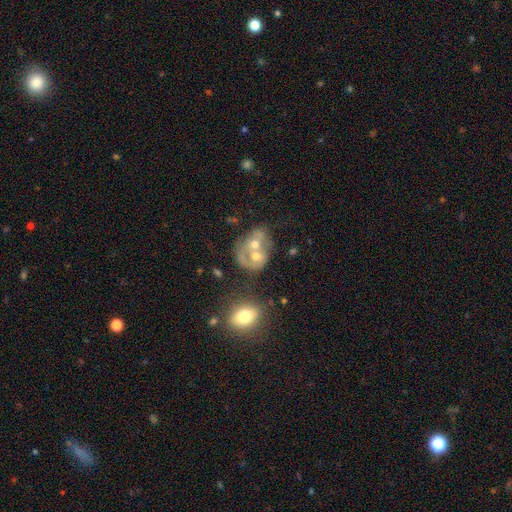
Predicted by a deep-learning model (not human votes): Q: Smooth or featured?
A: featured or disk (53%); runner-up: smooth (35%)
Q: Edge-on disk?
A: no (97%); runner-up: yes (3%)
Q: Bar?
A: no (86%); runner-up: weak (11%)
Q: Spiral arms?
A: no (68%); runner-up: yes (32%)
Q: Bulge size?
A: moderate (61%); runner-up: small (27%)
Q: Merging?
A: merger (57%); runner-up: none (21%)